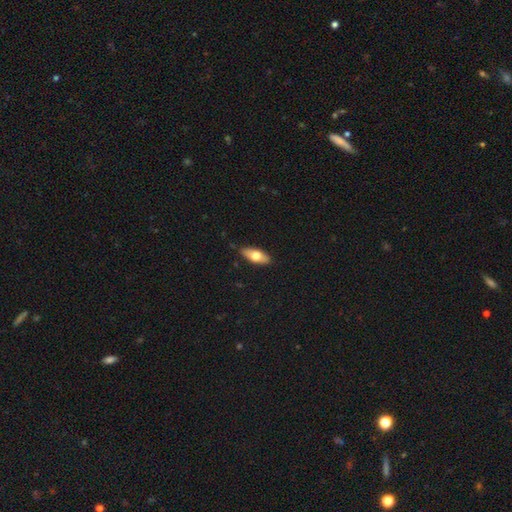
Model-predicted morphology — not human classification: smooth_or_featured: smooth (p=0.61) [alt: featured or disk p=0.33]
how_rounded: in between (p=0.77) [alt: cigar-shaped p=0.20]
merging: none (p=0.87) [alt: minor disturbance p=0.10]